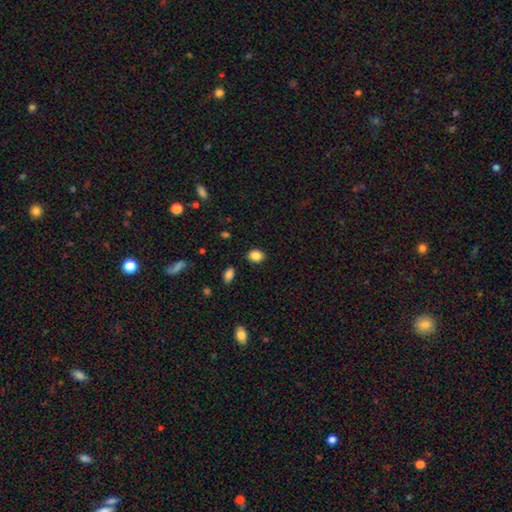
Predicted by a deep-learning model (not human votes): This is clearly a smooth galaxy (86%). How rounded: possibly in between (52%). Merging: clearly none (88%).